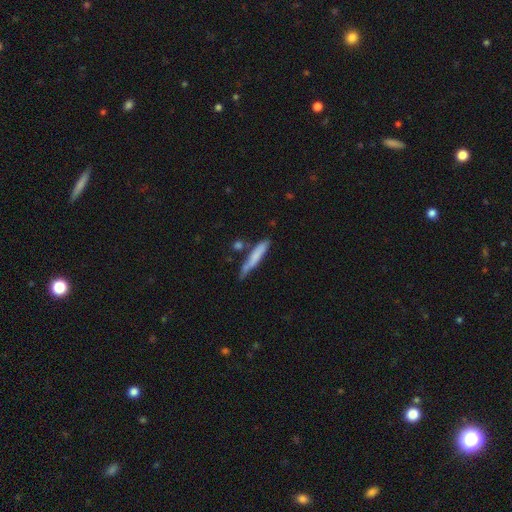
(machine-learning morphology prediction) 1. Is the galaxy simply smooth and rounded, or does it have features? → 70% smooth, 24% featured or disk, 6% star or artifact.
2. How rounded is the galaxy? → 92% cigar-shaped, 7% in between, 2% round.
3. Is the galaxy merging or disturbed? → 60% none, 25% minor disturbance, 9% merger, 6% major disturbance.